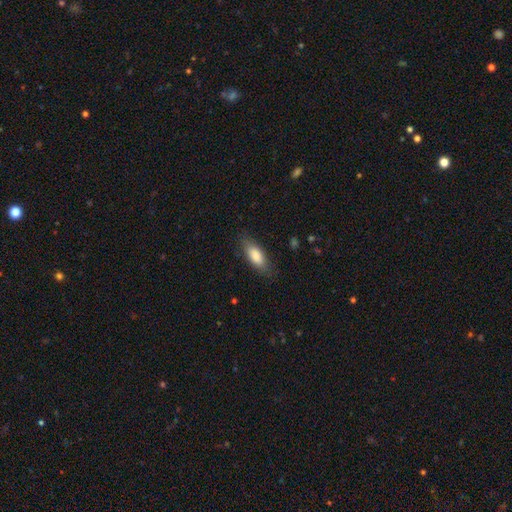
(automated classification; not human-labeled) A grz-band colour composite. It shows a smooth galaxy with no disk features (83%) that is in between round and cigar-shaped (74%). Merging: none (81%).